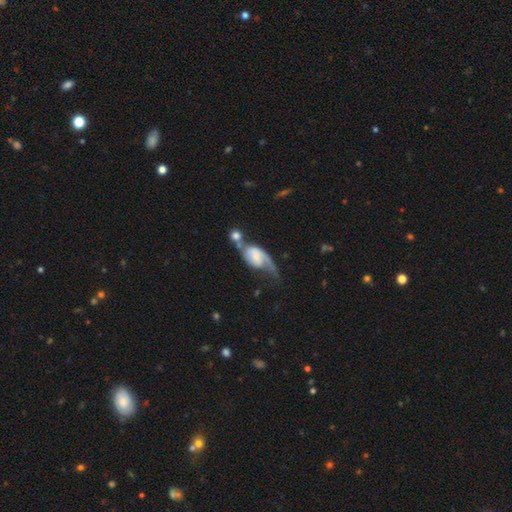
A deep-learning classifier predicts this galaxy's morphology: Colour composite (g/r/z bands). It shows a featured or disk galaxy (64%) with no bar (51%), 2 (59%) loose (58%) spiral arms (84%) and a small central bulge (41%). Merging: merger (37%).